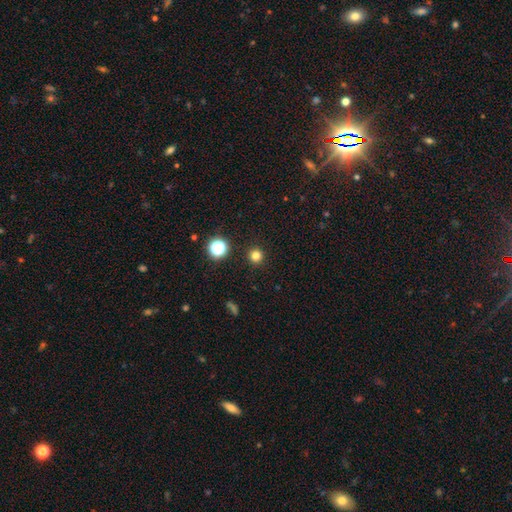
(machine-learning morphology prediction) smooth_or_featured: smooth (p=0.79) [alt: star or artifact p=0.16]
how_rounded: round (p=0.95) [alt: in between p=0.04]
merging: none (p=0.92) [alt: minor disturbance p=0.05]